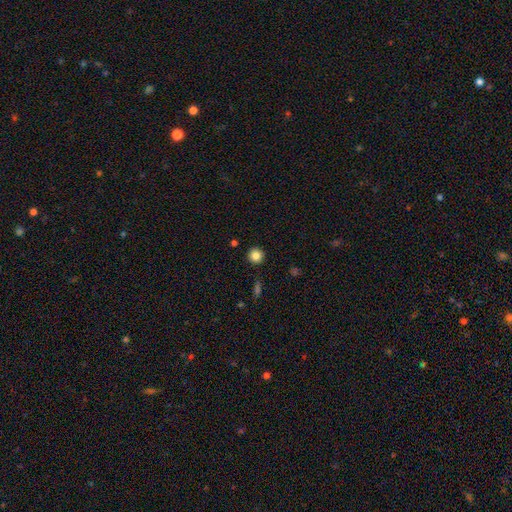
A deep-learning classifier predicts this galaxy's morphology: A smooth galaxy with no disk features (84%) that is round (94%). Merging: none (91%).